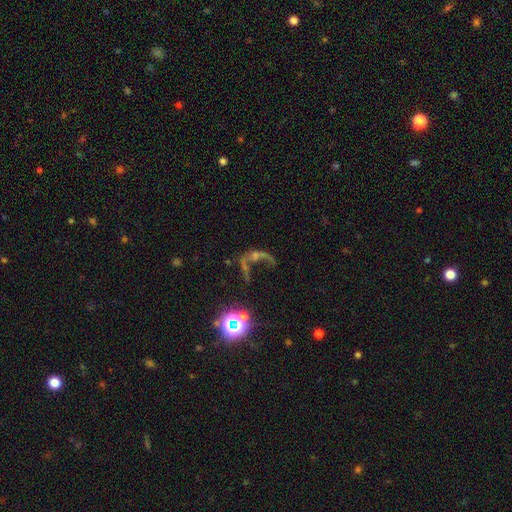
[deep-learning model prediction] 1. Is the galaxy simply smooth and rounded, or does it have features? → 44% featured or disk, 38% star or artifact, 17% smooth.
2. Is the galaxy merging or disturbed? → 39% major disturbance, 30% none, 21% merger, 10% minor disturbance.